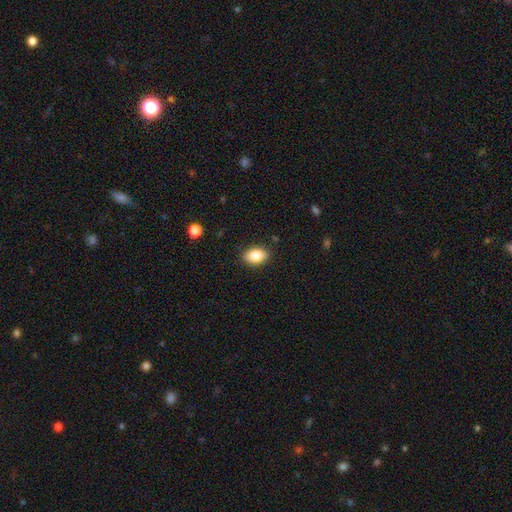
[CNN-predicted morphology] Overall: smooth (86%). How rounded: in between (86%). Merging: none (88%).